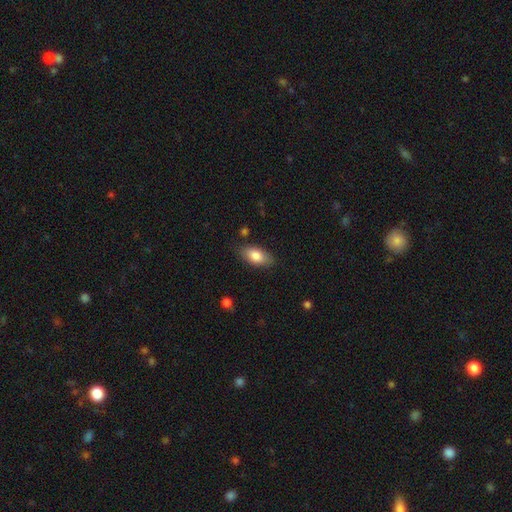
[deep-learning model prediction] Overall: smooth (82%). How rounded: in between (90%). Merging: none (82%).